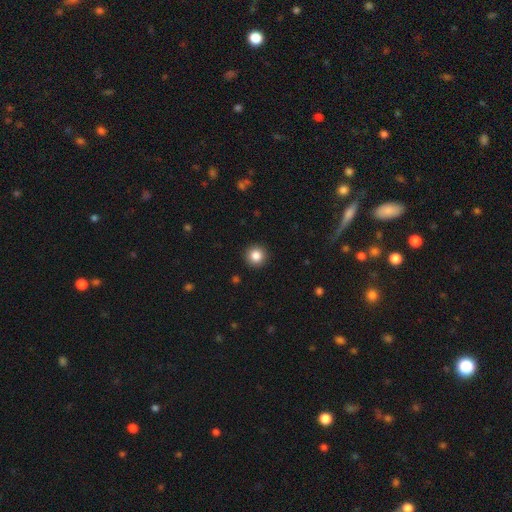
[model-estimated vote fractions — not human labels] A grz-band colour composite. It shows a smooth galaxy with no disk features (85%) that is round (95%). Merging: none (93%).